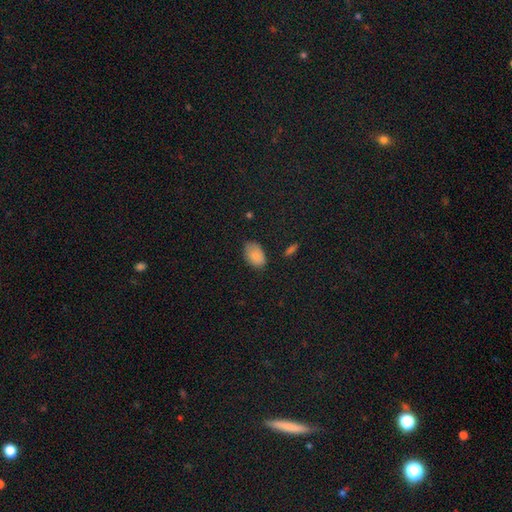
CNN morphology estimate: This is clearly a smooth galaxy (86%). How rounded: clearly in between (90%). Merging: likely none (69%).